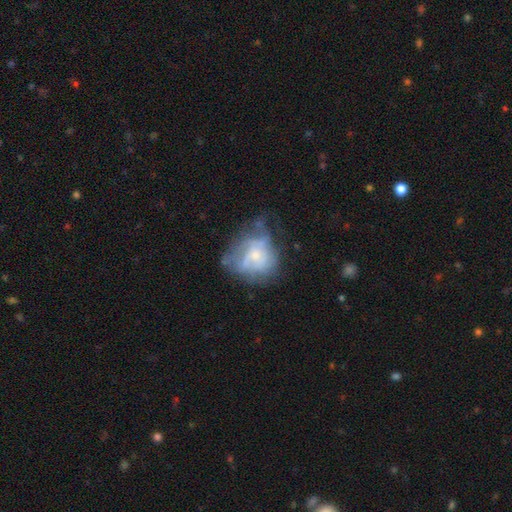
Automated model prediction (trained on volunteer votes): This is possibly a featured or disk galaxy (59%). It is clearly not viewed edge-on (98%). Bar: likely no (79%). Spiral arm pattern: possibly no (51%). Central bulge: possibly small (55%). Merging: marginally none (37%).